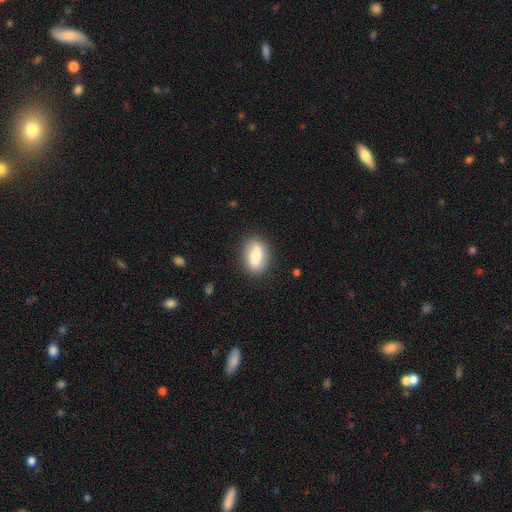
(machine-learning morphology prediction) smooth-or-featured: smooth: 70% | featured or disk: 23% | star or artifact: 7%
  how-rounded: in between: 80% | cigar-shaped: 11% | round: 9%
  merging: none: 84% | minor disturbance: 12% | major disturbance: 3% | merger: 1%